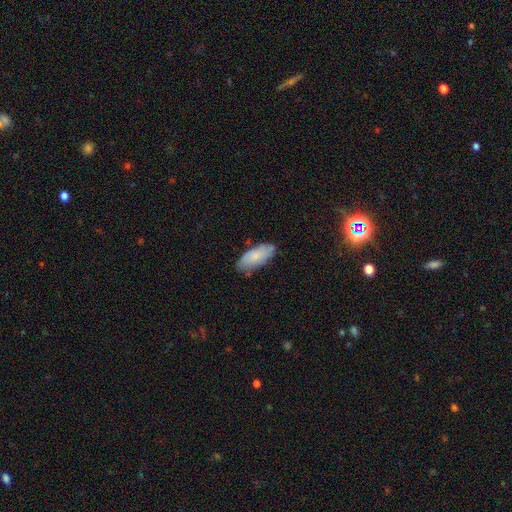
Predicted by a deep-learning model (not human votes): Q: Smooth or featured?
A: smooth (78%); runner-up: featured or disk (16%)
Q: How rounded?
A: in between (85%); runner-up: cigar-shaped (13%)
Q: Merging?
A: none (75%); runner-up: minor disturbance (20%)